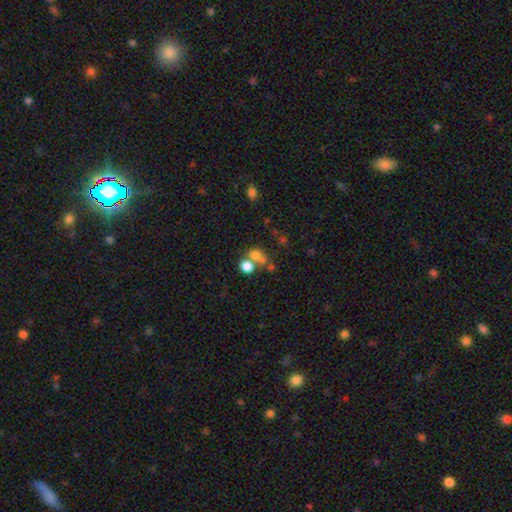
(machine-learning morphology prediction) Smooth or featured: smooth — 70% (star or artifact — 15%)
How rounded: round — 59% (in between — 40%)
Merging: merger — 48% (none — 36%)